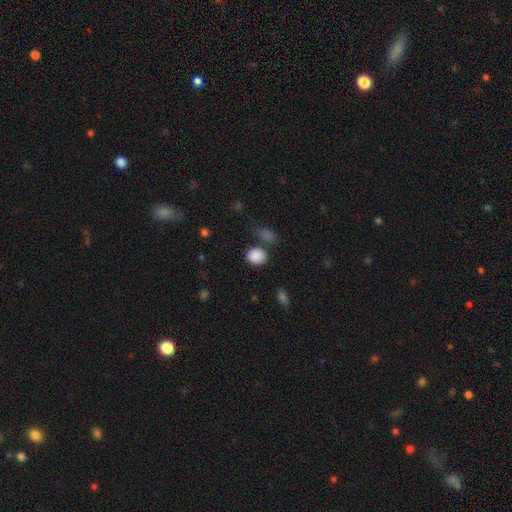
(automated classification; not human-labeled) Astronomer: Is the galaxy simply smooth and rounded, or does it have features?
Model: smooth — 88%.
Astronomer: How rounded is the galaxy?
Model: round — 67%.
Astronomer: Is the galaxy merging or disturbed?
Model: none — 70%.